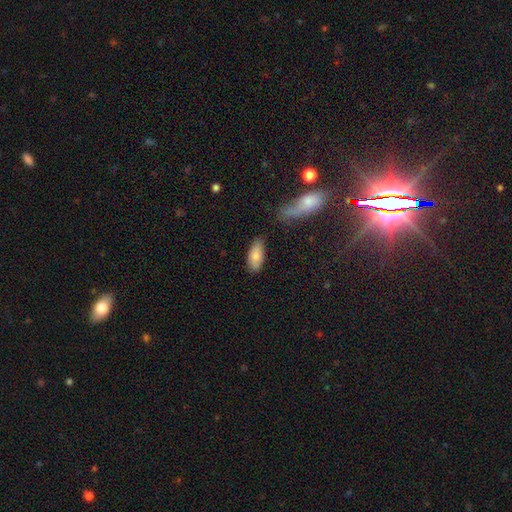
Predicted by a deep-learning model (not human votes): Smooth or featured: smooth — 80% (featured or disk — 13%)
How rounded: in between — 87% (cigar-shaped — 11%)
Merging: none — 73% (minor disturbance — 19%)